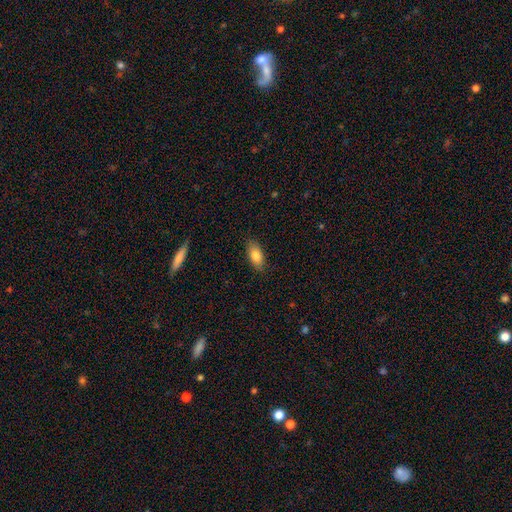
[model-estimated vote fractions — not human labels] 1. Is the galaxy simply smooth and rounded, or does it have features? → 82% smooth, 11% featured or disk, 7% star or artifact.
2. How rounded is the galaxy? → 87% in between, 10% cigar-shaped, 3% round.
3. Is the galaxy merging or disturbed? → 87% none, 10% minor disturbance, 2% major disturbance, 1% merger.